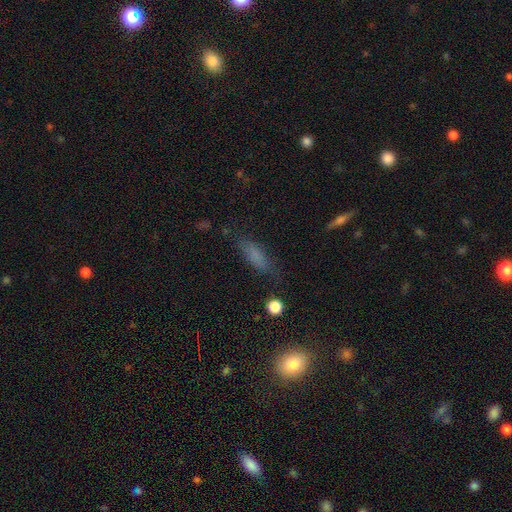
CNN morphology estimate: A smooth galaxy with no disk features (71%) that is cigar-shaped (49%). Merging: none (73%).